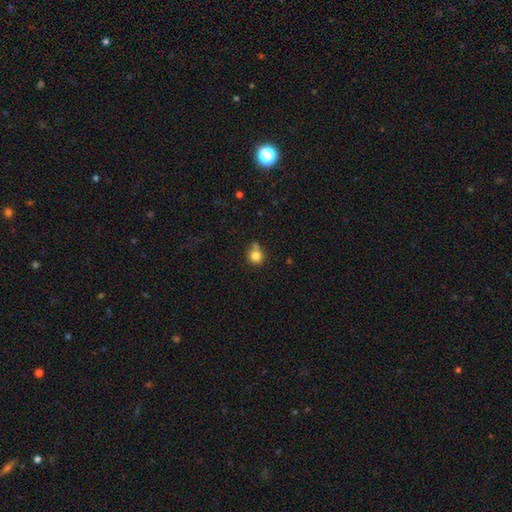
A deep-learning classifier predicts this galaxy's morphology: smooth_or_featured: smooth (p=0.82) [alt: star or artifact p=0.11]
how_rounded: round (p=0.88) [alt: in between p=0.11]
merging: none (p=0.59) [alt: minor disturbance p=0.19]